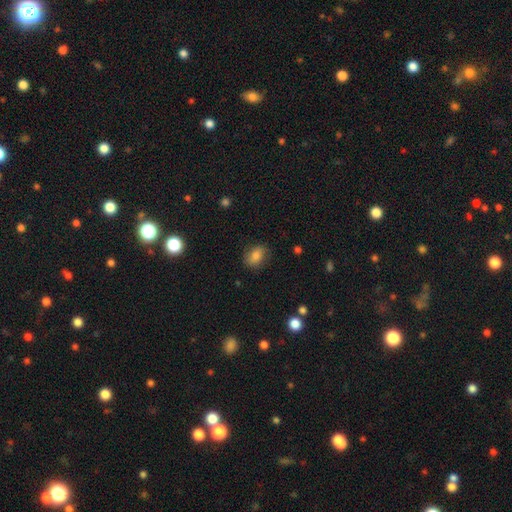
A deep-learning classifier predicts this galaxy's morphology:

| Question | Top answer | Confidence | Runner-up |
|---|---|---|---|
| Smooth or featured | smooth | 79% | featured or disk (11%) |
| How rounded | in between | 71% | round (27%) |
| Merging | none | 78% | minor disturbance (16%) |